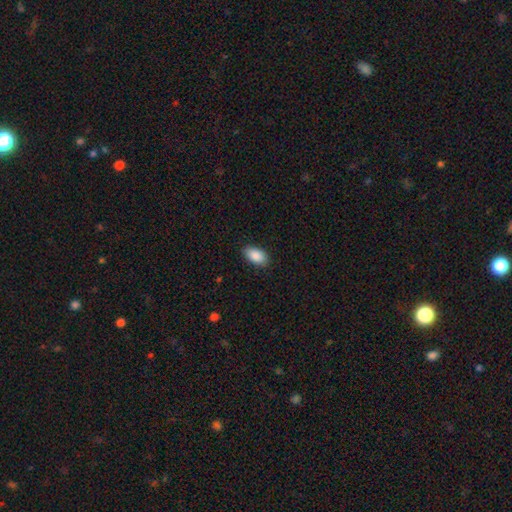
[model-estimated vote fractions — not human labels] smooth_or_featured: smooth (p=0.89) [alt: star or artifact p=0.07]
how_rounded: in between (p=0.94) [alt: round p=0.04]
merging: none (p=0.87) [alt: minor disturbance p=0.10]